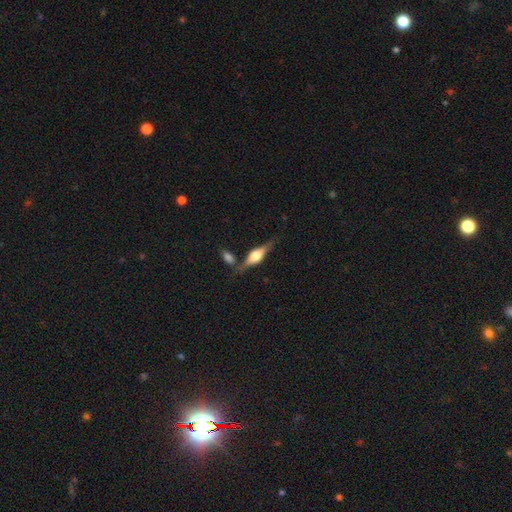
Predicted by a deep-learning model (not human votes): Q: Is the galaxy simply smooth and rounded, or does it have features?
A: featured or disk — 71%.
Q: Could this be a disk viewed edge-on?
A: yes — 95%.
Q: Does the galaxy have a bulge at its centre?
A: rounded — 88%.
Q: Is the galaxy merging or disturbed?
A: none — 69%.